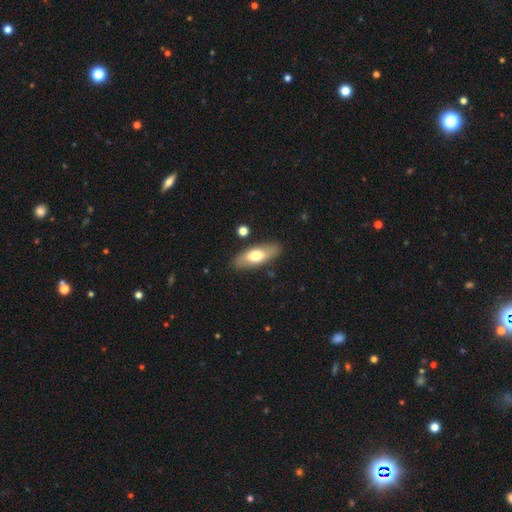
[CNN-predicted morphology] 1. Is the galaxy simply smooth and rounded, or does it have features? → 63% smooth, 31% featured or disk, 6% star or artifact.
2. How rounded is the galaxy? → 75% in between, 22% cigar-shaped, 3% round.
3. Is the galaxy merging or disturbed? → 85% none, 10% minor disturbance, 2% merger, 2% major disturbance.